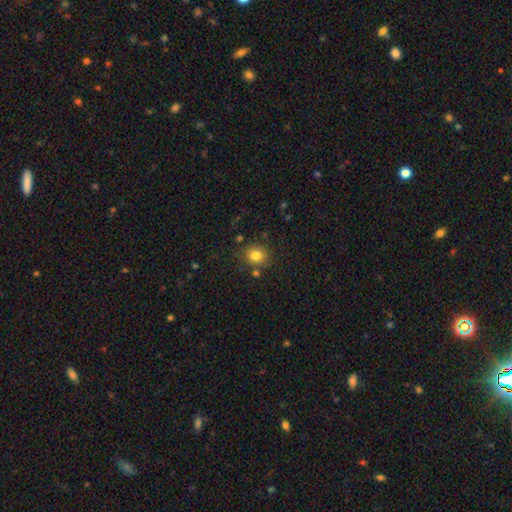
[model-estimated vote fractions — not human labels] smooth 81%, star or artifact 12%, featured or disk 8%. Down the decision tree: how rounded — round (76%); merging — none (79%).